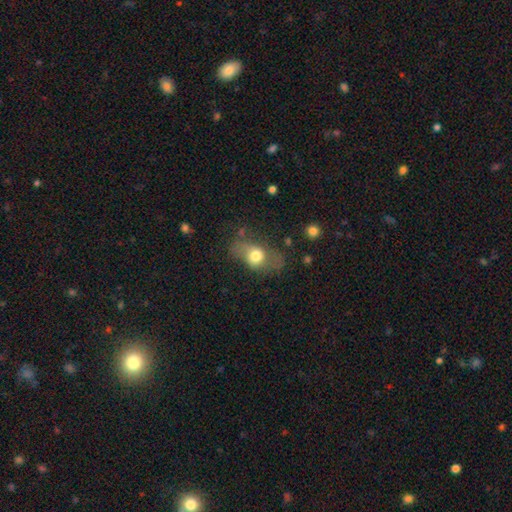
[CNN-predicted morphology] This appears to be a smooth galaxy with no disk features (61%) that is in between round and cigar-shaped (67%). Merging: none (48%).